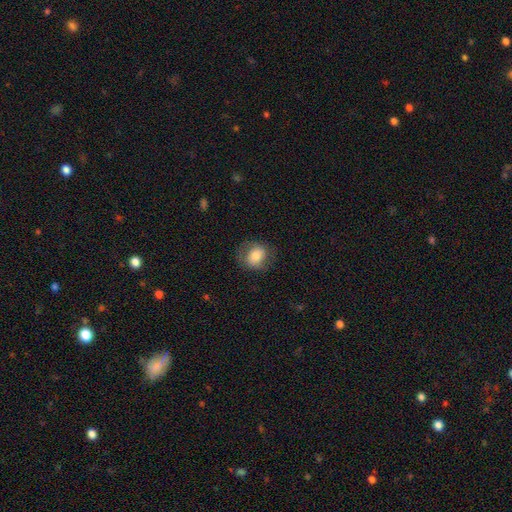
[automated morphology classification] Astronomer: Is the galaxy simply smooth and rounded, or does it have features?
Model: smooth — 69%.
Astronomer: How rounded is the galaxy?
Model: round — 62%.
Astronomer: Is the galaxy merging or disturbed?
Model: none — 72%.